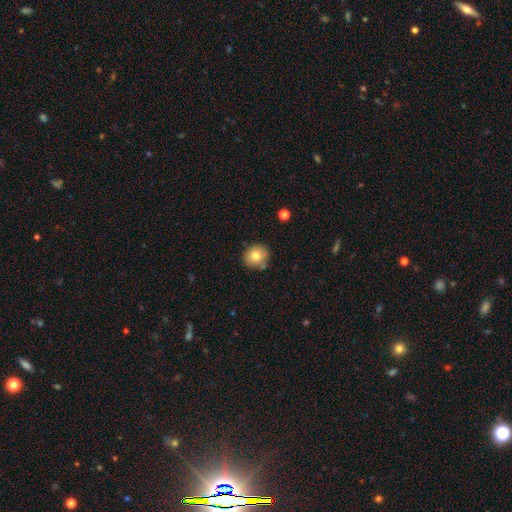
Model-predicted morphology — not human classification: Smooth or featured? smooth (77%)
How rounded? round (80%)
Merging? none (78%)